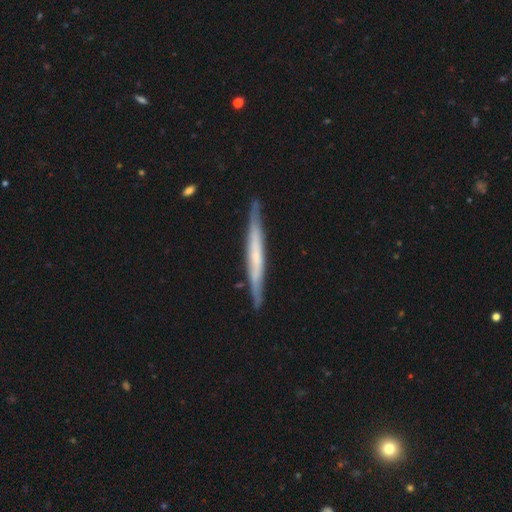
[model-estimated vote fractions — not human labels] The model was most divided on "smooth or featured": featured or disk: 60%, smooth: 35%, star or artifact: 5%. More confident: edge-on disk — yes (95%); merging — none (87%); edge-on bulge — none (70%).